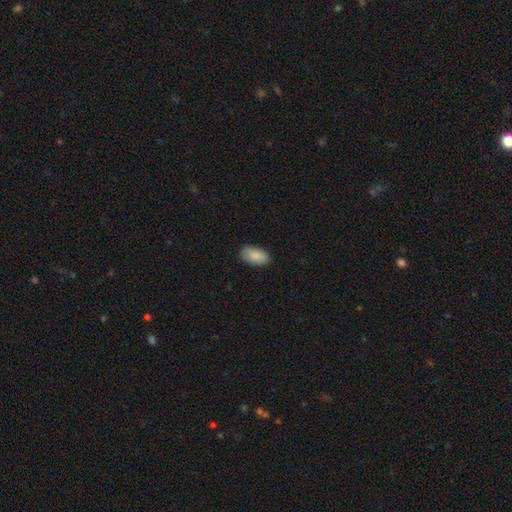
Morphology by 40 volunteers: Smooth or featured? smooth (92%)
How rounded? in between (97%)
Merging? none (92%)